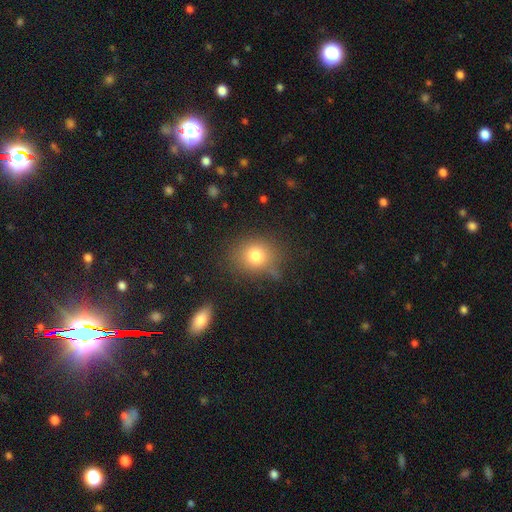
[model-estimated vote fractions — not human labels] This appears to be a smooth galaxy with no disk features (77%) that is round (73%). Merging: none (72%).